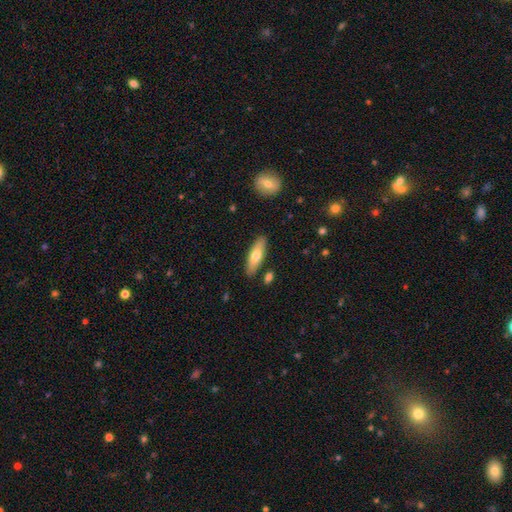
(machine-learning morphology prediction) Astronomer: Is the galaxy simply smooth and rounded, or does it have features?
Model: smooth — 68%.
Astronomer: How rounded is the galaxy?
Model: cigar-shaped — 50% (runner-up: in between, 48%).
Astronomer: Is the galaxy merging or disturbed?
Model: none — 85%.